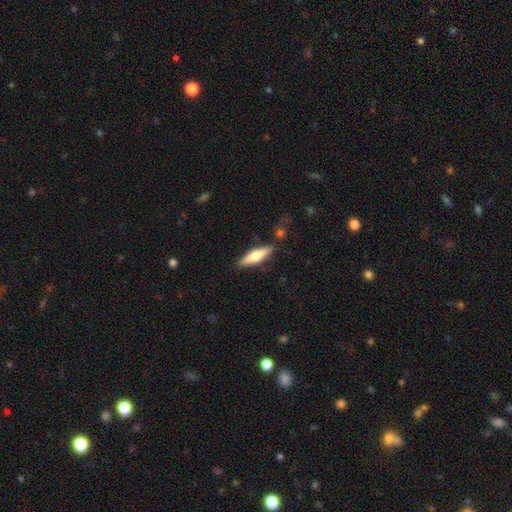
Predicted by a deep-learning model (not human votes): Smooth or featured? Predicted: smooth (p=0.57). How rounded? Predicted: cigar-shaped (p=0.63). Merging? Predicted: none (p=0.82).